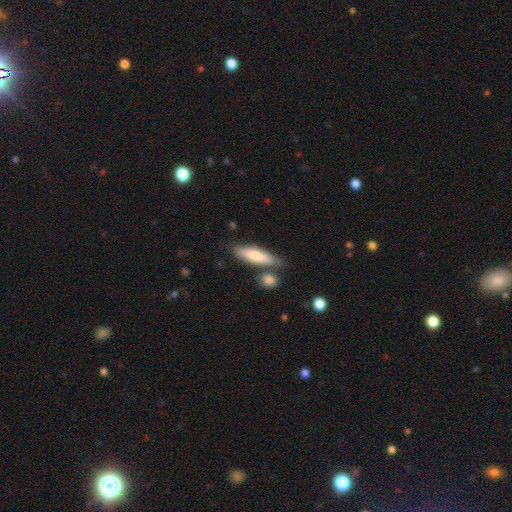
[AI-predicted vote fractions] smooth 73%, featured or disk 22%, star or artifact 5%. Down the decision tree: how rounded — cigar-shaped (64%); merging — none (70%).